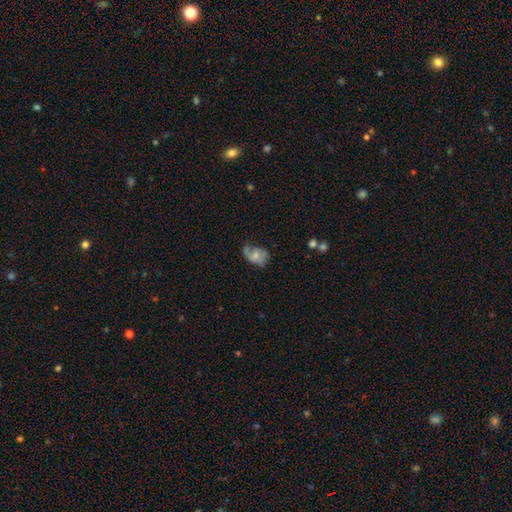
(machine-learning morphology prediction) Overall: smooth (54%; featured or disk 37%). How rounded: in between (77%). Merging: none (36%; minor disturbance 34%).